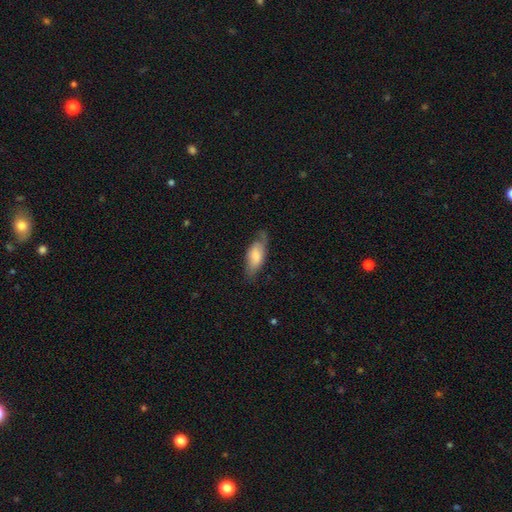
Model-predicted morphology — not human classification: smooth 64%, featured or disk 29%, star or artifact 6%. Down the decision tree: how rounded — in between (81%); merging — none (57%).